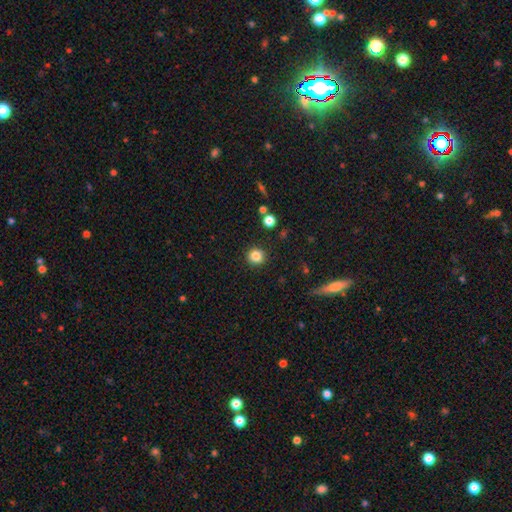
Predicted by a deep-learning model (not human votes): smooth 84%, star or artifact 11%, featured or disk 5%. Down the decision tree: how rounded — round (88%); merging — none (89%).